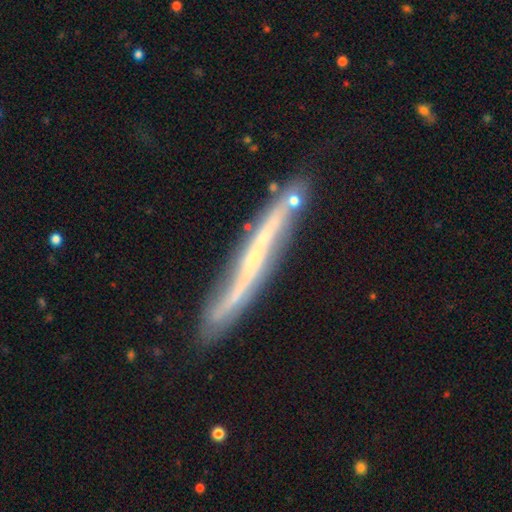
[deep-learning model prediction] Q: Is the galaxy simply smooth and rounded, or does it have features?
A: featured or disk — 75%.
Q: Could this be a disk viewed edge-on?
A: yes — 80%.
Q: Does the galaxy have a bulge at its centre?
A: none — 66%.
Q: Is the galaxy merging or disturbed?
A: none — 69%.